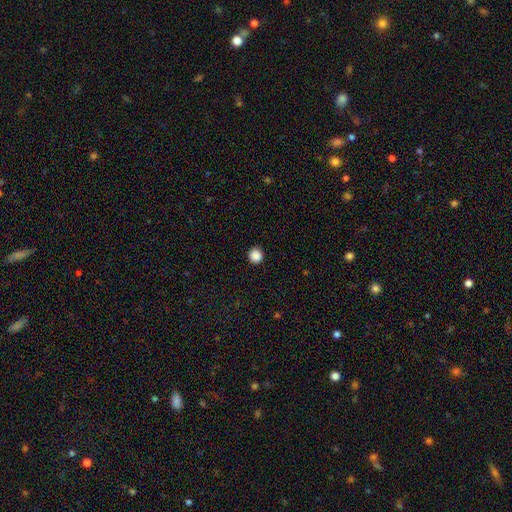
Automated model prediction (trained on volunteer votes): This is clearly a smooth galaxy (88%). How rounded: clearly round (93%). Merging: clearly none (93%).